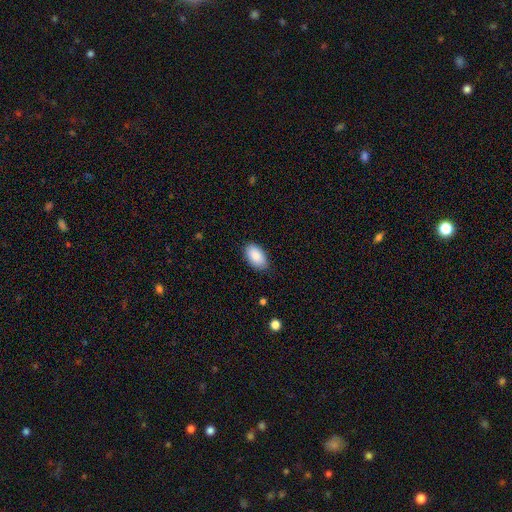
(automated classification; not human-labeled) The model was most divided on "merging": none: 85%, minor disturbance: 12%, major disturbance: 2%, merger: 1%. More confident: how rounded — in between (95%); smooth or featured — smooth (88%).